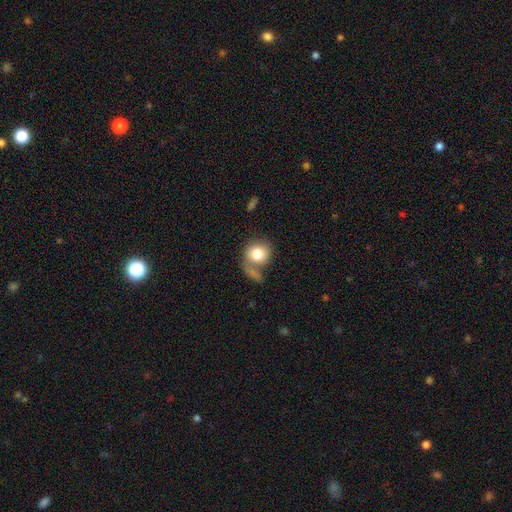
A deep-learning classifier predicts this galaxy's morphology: A smooth galaxy with no disk features (75%) that is round (78%).

Vote fractions:
- Smooth or featured? smooth: 75% / featured or disk: 17% / star or artifact: 9%
- How rounded? round: 78% / in between: 21% / cigar-shaped: 1%
- Merging? none: 40% / merger: 20% / major disturbance: 20% / minor disturbance: 19%